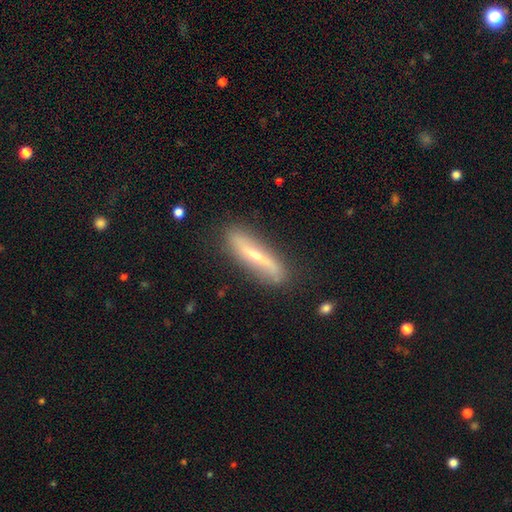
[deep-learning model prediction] Smooth or featured?
  - featured or disk: 59% *
  - smooth: 35%
  - star or artifact: 7%
Edge-on disk?
  - yes: 60% *
  - no: 40%
Merging?
  - none: 82% *
  - minor disturbance: 13%
  - major disturbance: 3%
  - merger: 2%